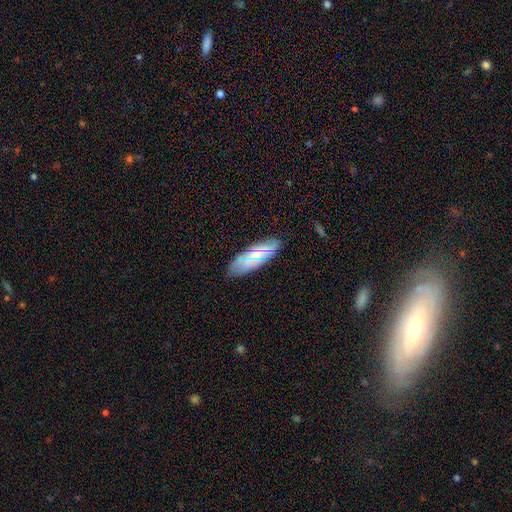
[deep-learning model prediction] Smooth or featured?
  - smooth: 52% *
  - featured or disk: 41%
  - star or artifact: 7%
How rounded?
  - in between: 56% *
  - cigar-shaped: 42%
  - round: 2%
Merging?
  - none: 78% *
  - minor disturbance: 17%
  - major disturbance: 3%
  - merger: 1%